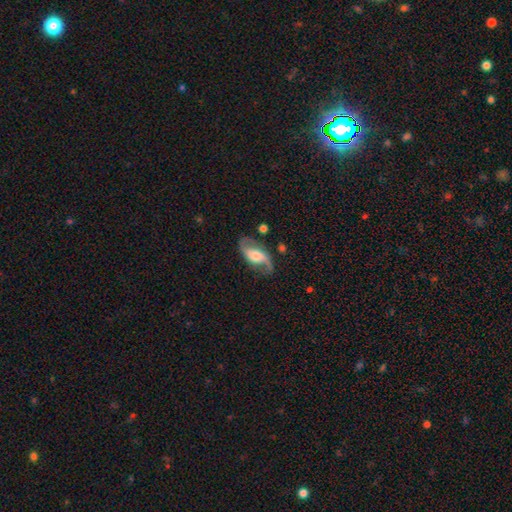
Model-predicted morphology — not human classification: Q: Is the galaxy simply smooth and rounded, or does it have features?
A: featured or disk — 82%.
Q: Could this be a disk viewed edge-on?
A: no — 95%.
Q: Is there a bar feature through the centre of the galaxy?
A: no — 43%.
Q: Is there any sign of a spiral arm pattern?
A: yes — 94%.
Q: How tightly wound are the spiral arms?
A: loose — 54%.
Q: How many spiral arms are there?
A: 2 — 90%.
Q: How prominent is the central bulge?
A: moderate — 53%.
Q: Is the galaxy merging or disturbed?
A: none — 72%.